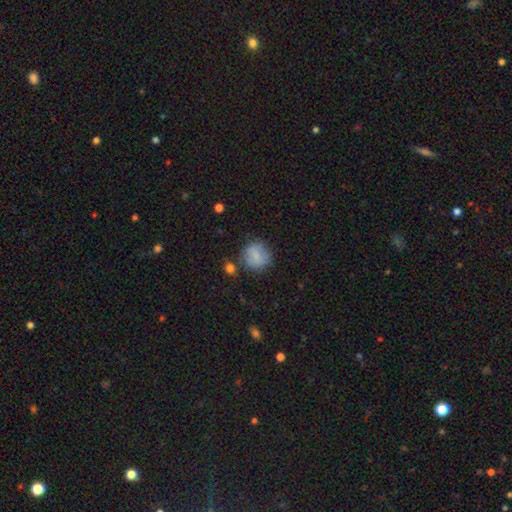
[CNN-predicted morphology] smooth 79%, featured or disk 12%, star or artifact 8%. Down the decision tree: how rounded — round (87%); merging — none (71%).